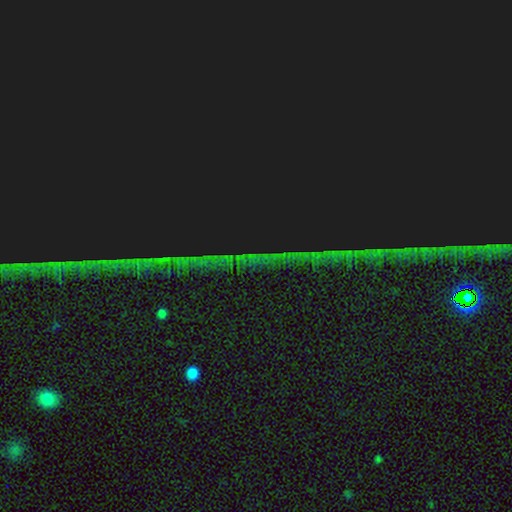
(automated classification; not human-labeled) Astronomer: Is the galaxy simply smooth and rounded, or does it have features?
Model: star or artifact — 84%.